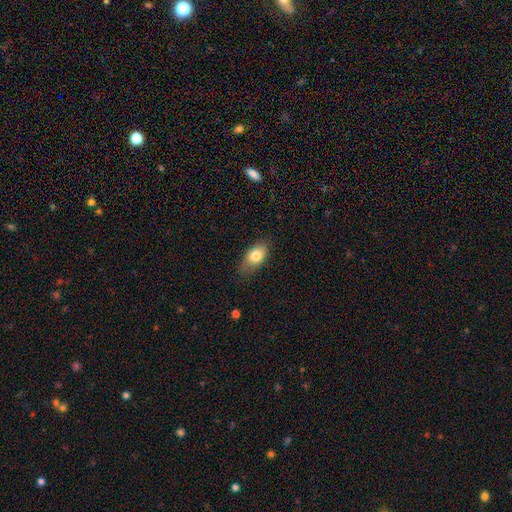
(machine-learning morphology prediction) Smooth or featured? Predicted: smooth (p=0.78). How rounded? Predicted: in between (p=0.88). Merging? Predicted: none (p=0.74).